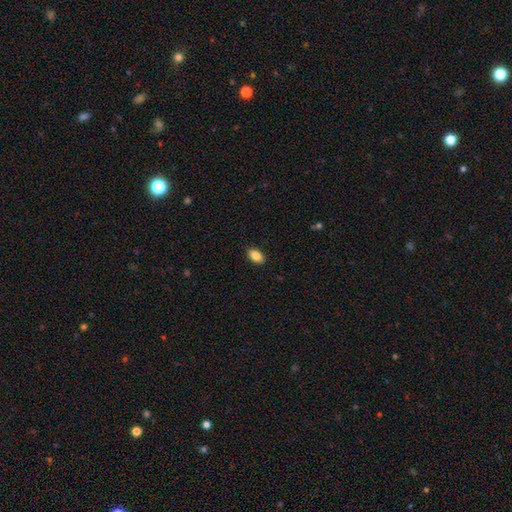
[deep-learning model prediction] smooth 87%, star or artifact 8%, featured or disk 5%. Down the decision tree: how rounded — in between (91%); merging — none (90%).